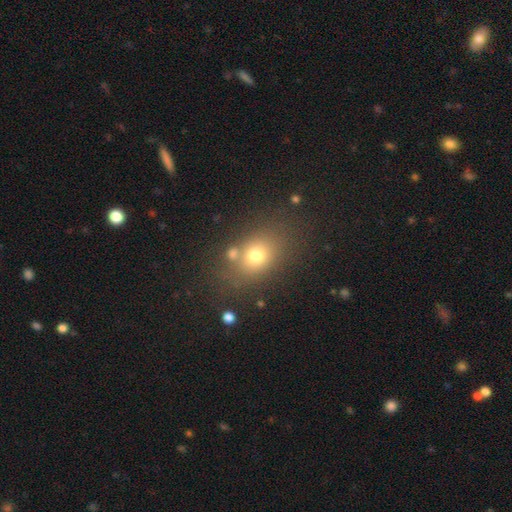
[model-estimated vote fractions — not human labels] This appears to be a smooth galaxy with no disk features (70%) that is in between round and cigar-shaped (57%). Merging: none (69%).